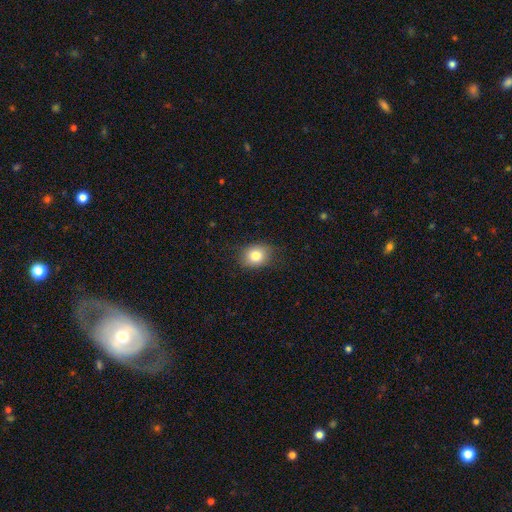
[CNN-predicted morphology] A smooth galaxy with no disk features (81%) that is round (57%). Merging: none (82%).